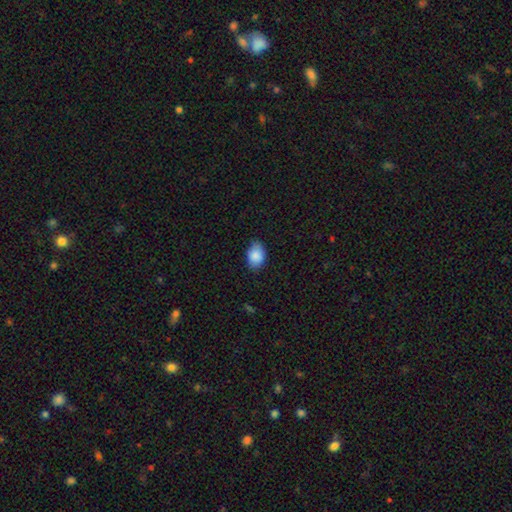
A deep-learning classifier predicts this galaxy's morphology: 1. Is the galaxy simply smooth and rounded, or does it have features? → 87% smooth, 7% star or artifact, 5% featured or disk.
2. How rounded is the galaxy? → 78% in between, 21% round, 1% cigar-shaped.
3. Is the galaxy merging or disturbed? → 76% none, 20% minor disturbance, 3% major disturbance, 1% merger.